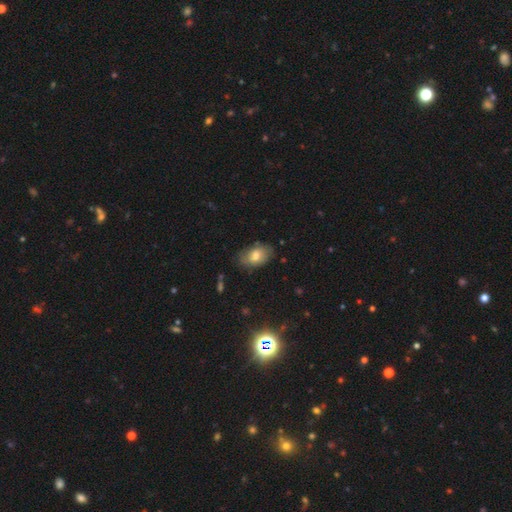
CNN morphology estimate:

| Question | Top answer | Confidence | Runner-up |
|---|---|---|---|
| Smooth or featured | smooth | 71% | featured or disk (21%) |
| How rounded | in between | 89% | round (9%) |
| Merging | none | 73% | minor disturbance (21%) |